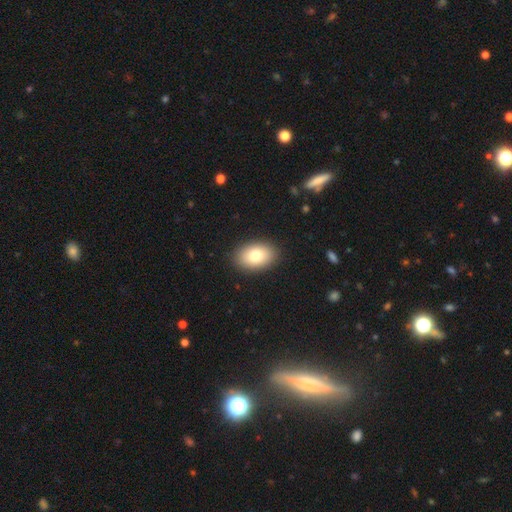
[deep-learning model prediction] Q: Smooth or featured?
A: smooth (78%); runner-up: featured or disk (14%)
Q: How rounded?
A: in between (87%); runner-up: round (11%)
Q: Merging?
A: none (90%); runner-up: minor disturbance (7%)